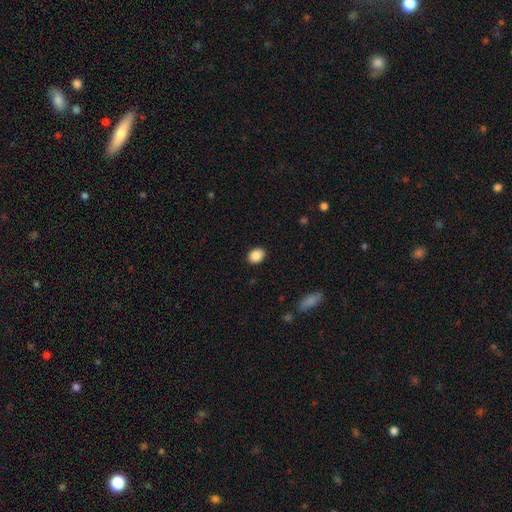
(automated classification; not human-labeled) Smooth or featured? smooth (88%)
How rounded? in between (61%)
Merging? none (89%)